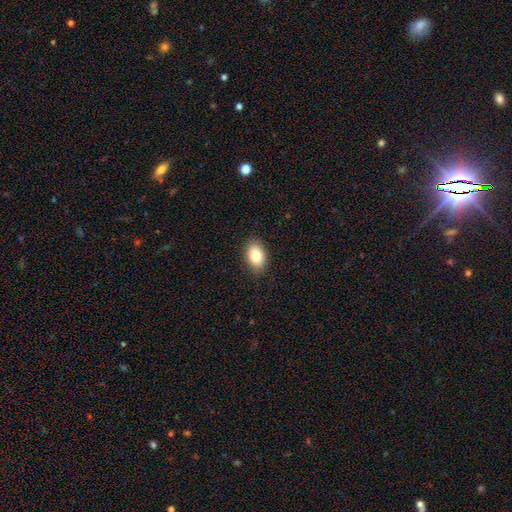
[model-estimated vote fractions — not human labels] Q: Smooth or featured?
A: smooth (83%); runner-up: featured or disk (9%)
Q: How rounded?
A: in between (86%); runner-up: round (12%)
Q: Merging?
A: none (88%); runner-up: minor disturbance (9%)